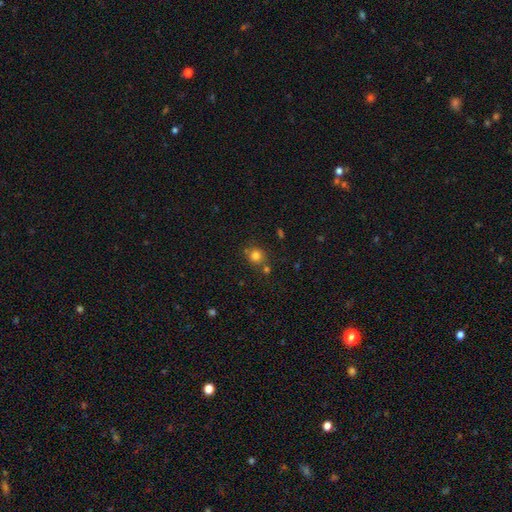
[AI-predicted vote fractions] smooth 80%, star or artifact 14%, featured or disk 6%. Down the decision tree: how rounded — round (88%); merging — none (72%).